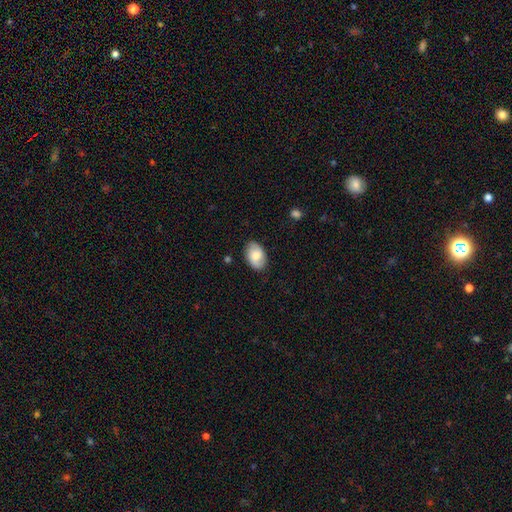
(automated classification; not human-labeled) Smooth or featured? smooth (63%)
How rounded? in between (89%)
Merging? none (83%)